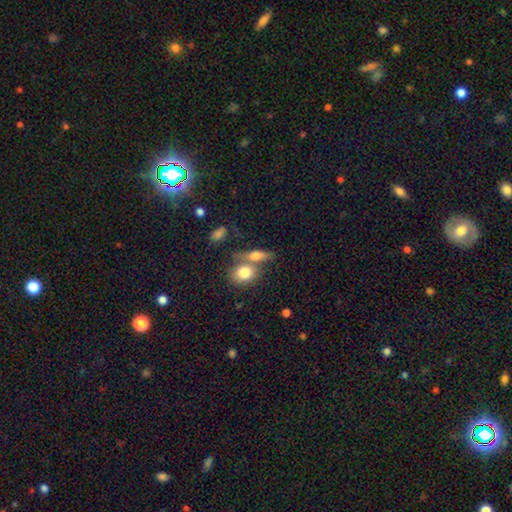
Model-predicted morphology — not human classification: smooth_or_featured: smooth (p=0.67) [alt: featured or disk p=0.24]
how_rounded: in between (p=0.51) [alt: cigar-shaped p=0.25]
merging: none (p=0.46) [alt: merger p=0.38]